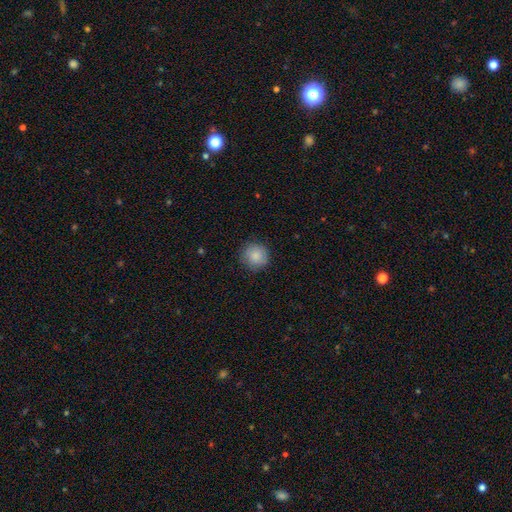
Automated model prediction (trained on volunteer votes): The model was most divided on "merging": none: 86%, minor disturbance: 10%, major disturbance: 3%, merger: 1%. More confident: how rounded — round (93%); smooth or featured — smooth (85%).